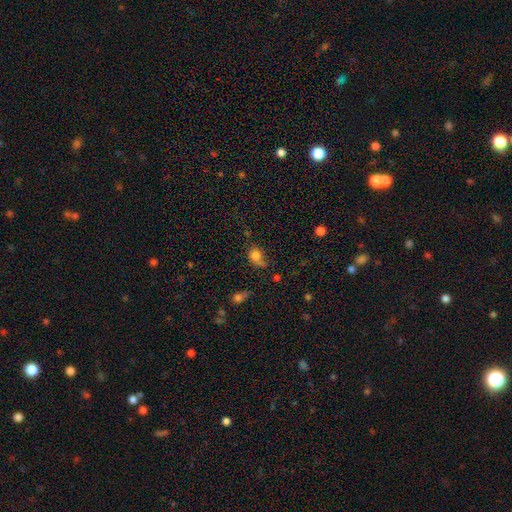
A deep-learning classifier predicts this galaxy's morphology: Q: Smooth or featured?
A: smooth (77%); runner-up: star or artifact (12%)
Q: How rounded?
A: round (55%); runner-up: in between (43%)
Q: Merging?
A: none (42%); runner-up: minor disturbance (29%)